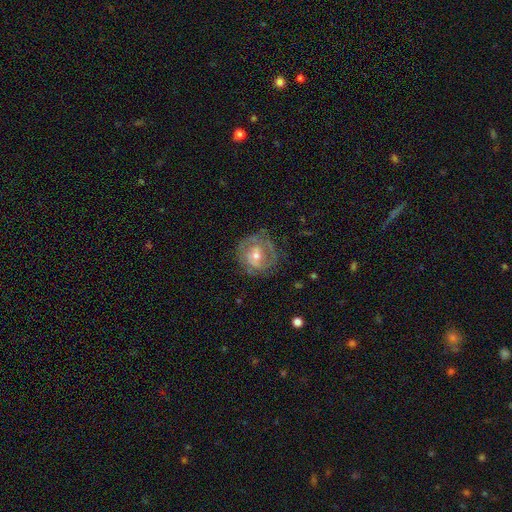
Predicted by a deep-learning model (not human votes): This appears to be a featured or disk galaxy (72%) with no bar (55%), spiral arms (70%) and a moderate central bulge (56%). Merging: none (66%).